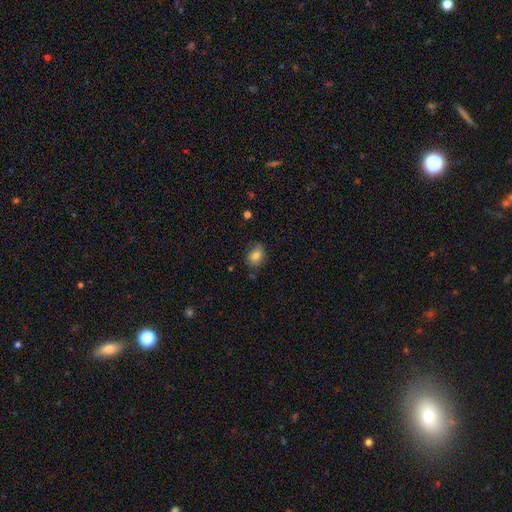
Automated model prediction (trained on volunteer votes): This appears to be a smooth galaxy with no disk features (79%) that is in between round and cigar-shaped (60%). Merging: none (73%).